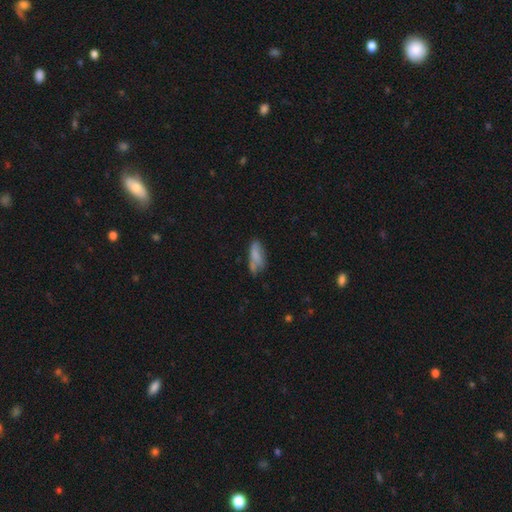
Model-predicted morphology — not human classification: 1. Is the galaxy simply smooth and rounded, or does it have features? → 70% smooth, 21% featured or disk, 9% star or artifact.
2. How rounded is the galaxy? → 70% in between, 28% cigar-shaped, 2% round.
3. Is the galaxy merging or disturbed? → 45% none, 33% minor disturbance, 15% major disturbance, 7% merger.